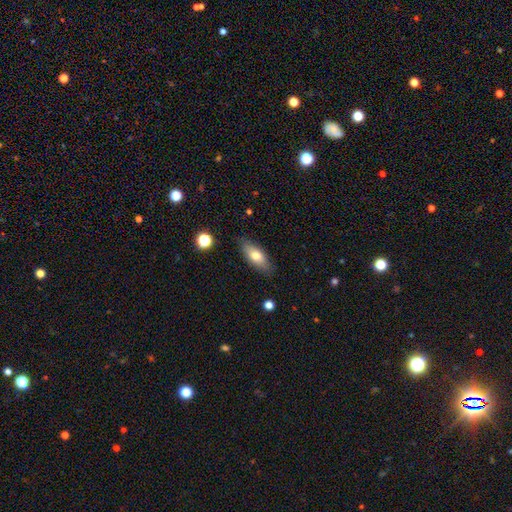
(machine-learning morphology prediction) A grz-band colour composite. It shows a smooth galaxy with no disk features (72%) that is in between round and cigar-shaped (78%). Merging: none (83%).